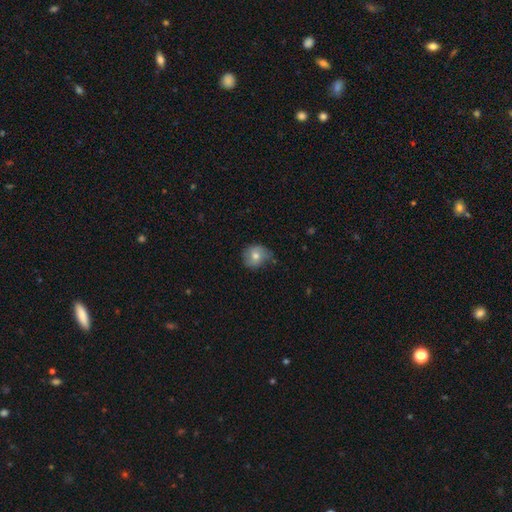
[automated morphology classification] Smooth or featured? smooth (73%)
How rounded? round (73%)
Merging? none (63%)